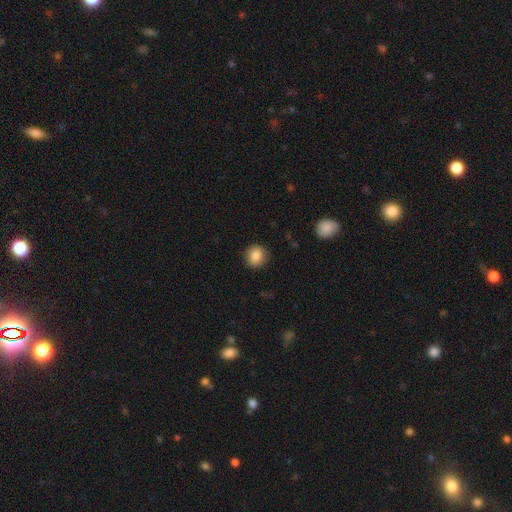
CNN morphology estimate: smooth 87%, star or artifact 9%, featured or disk 4%. Down the decision tree: how rounded — round (83%); merging — none (89%).